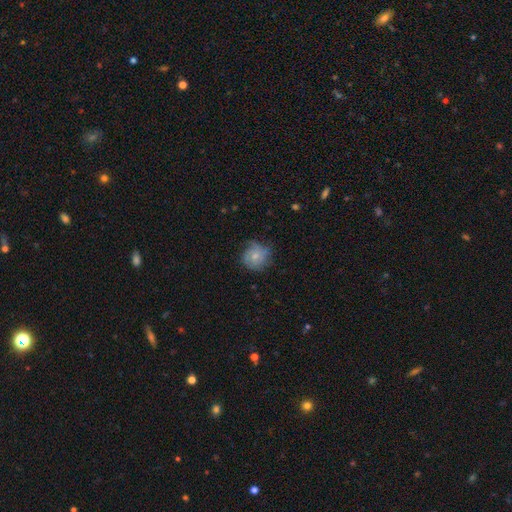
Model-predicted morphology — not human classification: A smooth galaxy with no disk features (49%). Merging: none (62%).